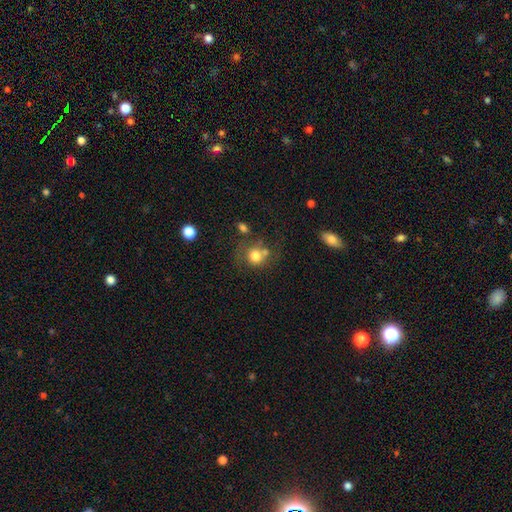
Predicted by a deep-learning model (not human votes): A smooth galaxy with no disk features (77%) that is round (80%).

Vote fractions:
- Smooth or featured? smooth: 77% / featured or disk: 13% / star or artifact: 11%
- How rounded? round: 80% / in between: 19% / cigar-shaped: 1%
- Merging? none: 48% / merger: 26% / minor disturbance: 17% / major disturbance: 10%